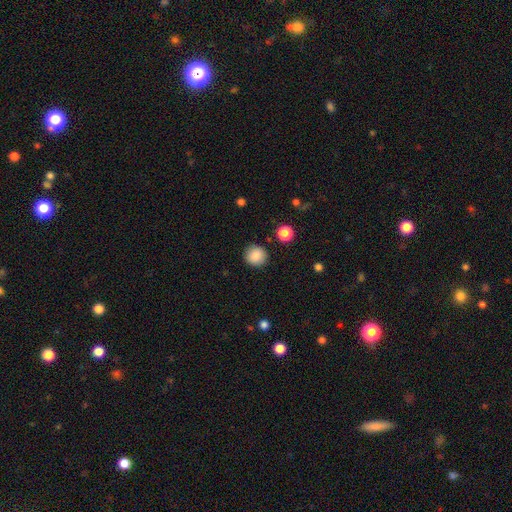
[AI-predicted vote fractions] smooth-or-featured: smooth: 86% | star or artifact: 9% | featured or disk: 5%
  how-rounded: round: 93% | in between: 6% | cigar-shaped: 1%
  merging: none: 90% | minor disturbance: 6% | major disturbance: 2% | merger: 1%